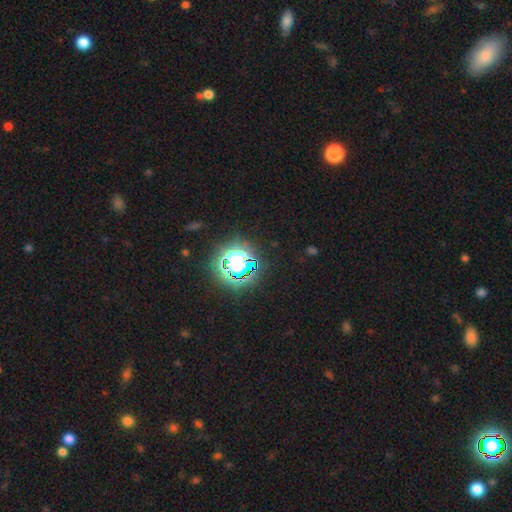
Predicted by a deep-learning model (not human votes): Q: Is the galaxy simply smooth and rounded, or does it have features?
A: star or artifact — 76%.